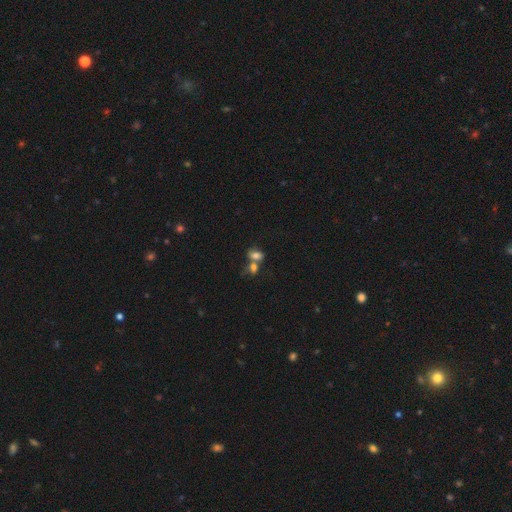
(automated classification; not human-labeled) This is likely a smooth galaxy (71%). How rounded: likely in between (78%). Merging: possibly merger (59%).